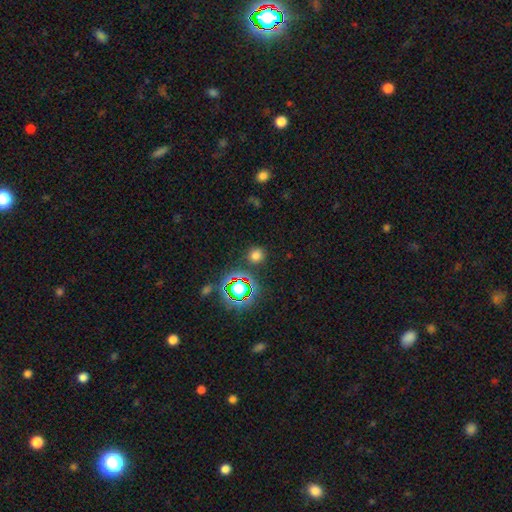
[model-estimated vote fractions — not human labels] Overall: smooth (68%). How rounded: round (89%). Merging: none (85%).